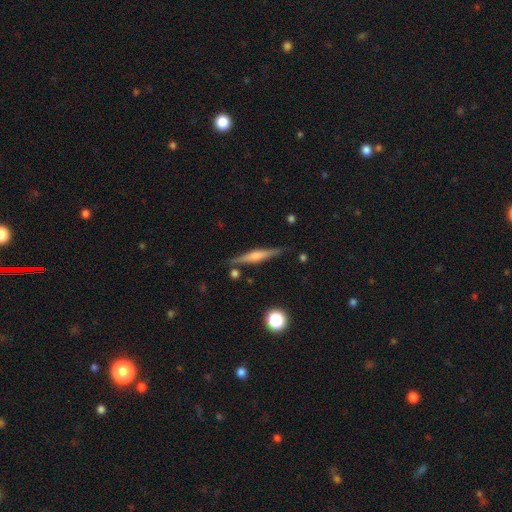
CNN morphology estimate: type=featured or disk (67%); edge-on=yes (97%); edge-on bulge=rounded (70%); merging=none (86%).